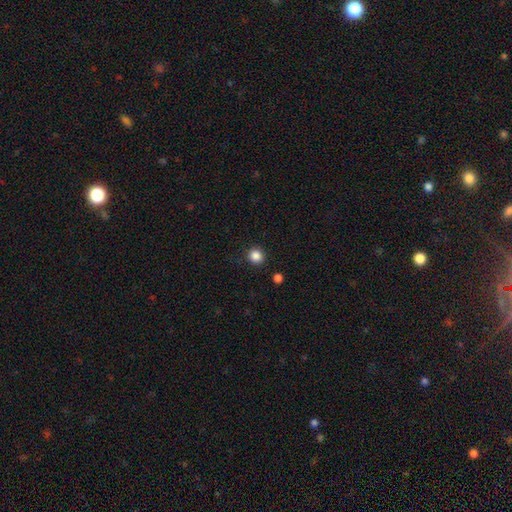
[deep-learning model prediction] This appears to be a smooth galaxy with no disk features (85%) that is round (92%). Merging: none (90%).